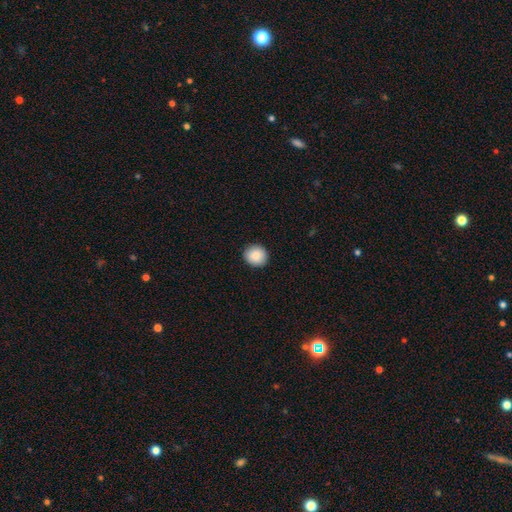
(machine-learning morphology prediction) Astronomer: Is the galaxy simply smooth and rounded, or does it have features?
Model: smooth — 88%.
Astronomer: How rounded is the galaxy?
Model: round — 87%.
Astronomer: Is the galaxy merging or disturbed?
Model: none — 91%.